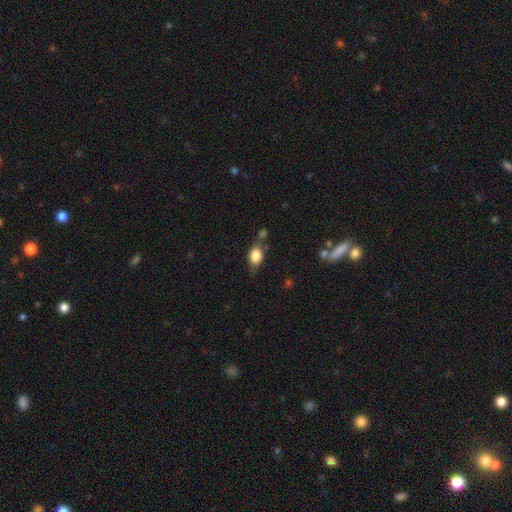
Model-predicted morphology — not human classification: smooth-or-featured: smooth: 83% | featured or disk: 9% | star or artifact: 8%
  how-rounded: in between: 65% | round: 33% | cigar-shaped: 2%
  merging: none: 59% | minor disturbance: 23% | merger: 11% | major disturbance: 8%